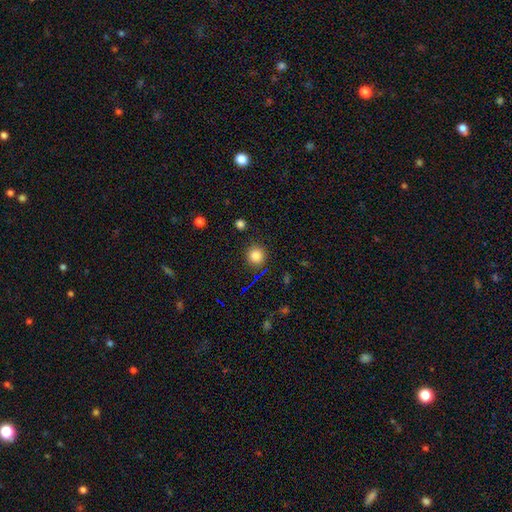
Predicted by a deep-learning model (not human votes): Smooth or featured?
  - smooth: 83% *
  - star or artifact: 13%
  - featured or disk: 5%
How rounded?
  - round: 93% *
  - in between: 6%
  - cigar-shaped: 1%
Merging?
  - none: 88% *
  - minor disturbance: 7%
  - major disturbance: 3%
  - merger: 2%